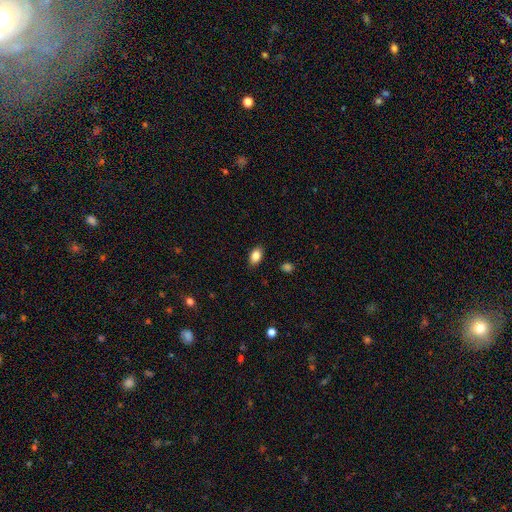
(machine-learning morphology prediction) Overall: smooth (86%). How rounded: in between (89%). Merging: none (88%).